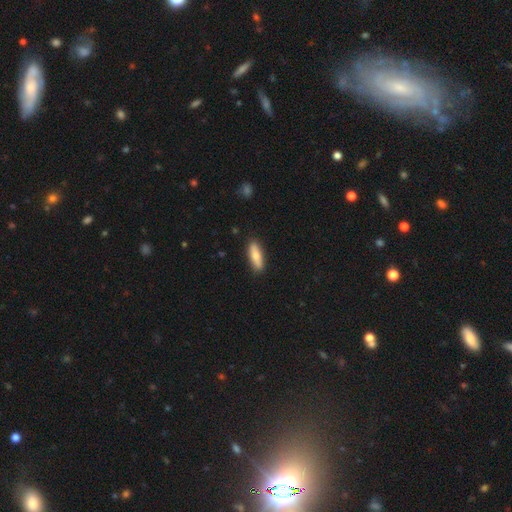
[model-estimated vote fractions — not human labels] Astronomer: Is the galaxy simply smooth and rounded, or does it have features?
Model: smooth — 74%.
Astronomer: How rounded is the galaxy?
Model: in between — 50% (runner-up: cigar-shaped, 48%).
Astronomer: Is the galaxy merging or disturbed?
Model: none — 87%.